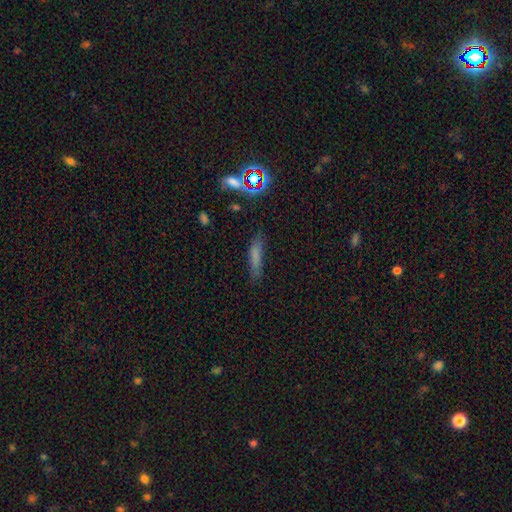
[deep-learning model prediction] This is likely a smooth galaxy (67%). How rounded: likely cigar-shaped (75%). Merging: likely none (69%).